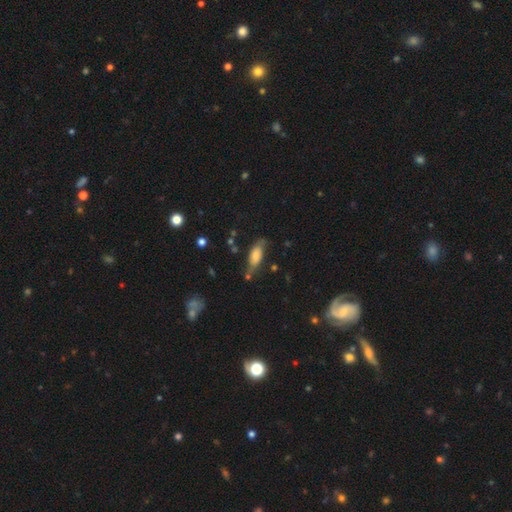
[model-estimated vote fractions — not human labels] Smooth or featured? Predicted: smooth (p=0.67). How rounded? Predicted: in between (p=0.72). Merging? Predicted: none (p=0.55).